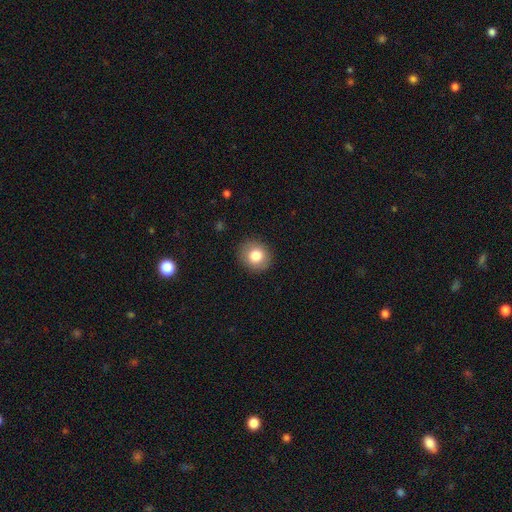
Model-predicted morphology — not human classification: A smooth galaxy with no disk features (81%) that is round (85%).

Vote fractions:
- Smooth or featured? smooth: 81% / featured or disk: 10% / star or artifact: 9%
- How rounded? round: 85% / in between: 14% / cigar-shaped: 1%
- Merging? none: 90% / minor disturbance: 7% / major disturbance: 2% / merger: 1%